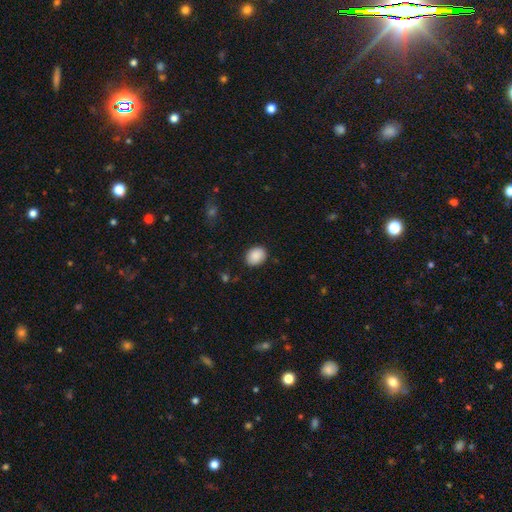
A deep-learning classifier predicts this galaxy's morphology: A smooth galaxy with no disk features (90%) that is in between round and cigar-shaped (58%). Merging: none (87%).